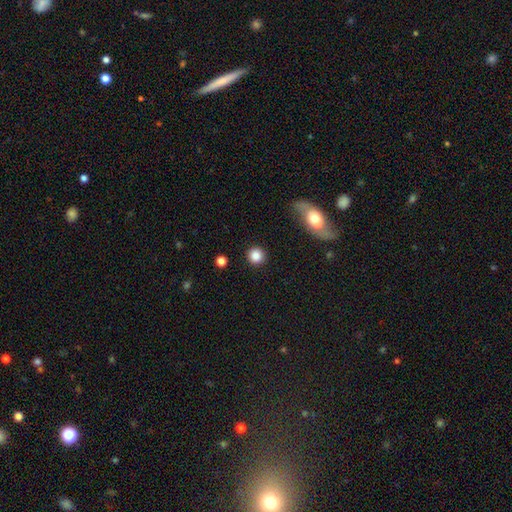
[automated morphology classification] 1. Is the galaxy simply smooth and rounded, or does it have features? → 85% smooth, 10% star or artifact, 4% featured or disk.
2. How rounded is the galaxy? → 93% round, 6% in between, 1% cigar-shaped.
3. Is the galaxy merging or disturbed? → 90% none, 6% minor disturbance, 2% major disturbance, 2% merger.